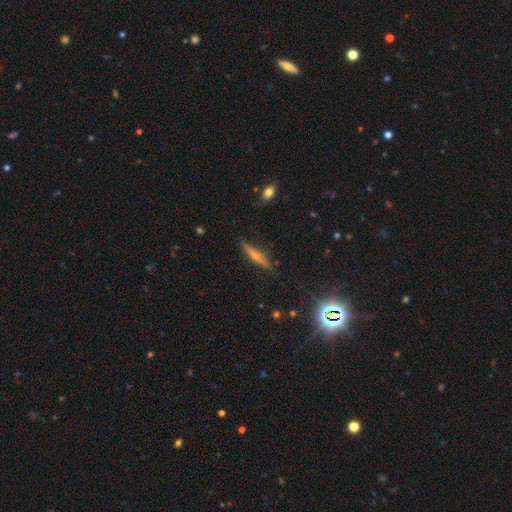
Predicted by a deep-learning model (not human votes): smooth_or_featured: featured or disk (p=0.59) [alt: smooth p=0.32]
disk_edge_on: yes (p=0.96) [alt: no p=0.04]
edge_on_bulge: rounded (p=0.81) [alt: none p=0.13]
merging: none (p=0.86) [alt: minor disturbance p=0.10]